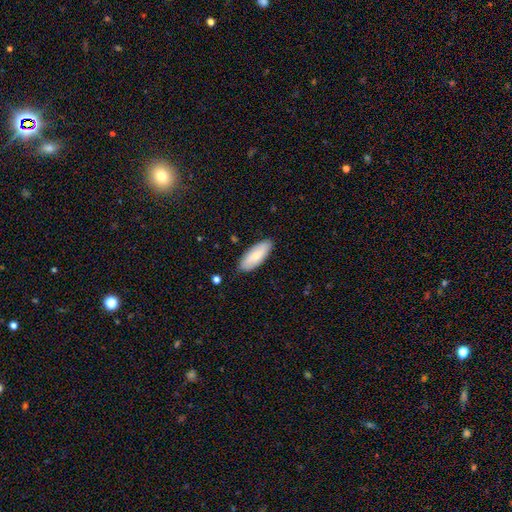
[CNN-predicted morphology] Q: Smooth or featured?
A: smooth (76%); runner-up: featured or disk (19%)
Q: How rounded?
A: in between (79%); runner-up: cigar-shaped (19%)
Q: Merging?
A: none (86%); runner-up: minor disturbance (11%)